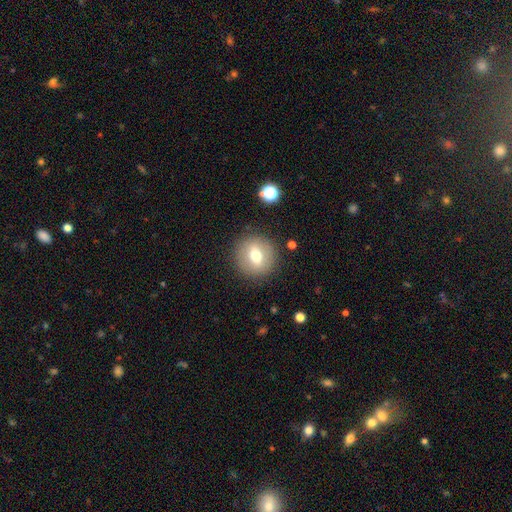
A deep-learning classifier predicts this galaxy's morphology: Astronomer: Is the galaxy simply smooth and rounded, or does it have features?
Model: smooth — 63%.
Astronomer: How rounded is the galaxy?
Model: round — 89%.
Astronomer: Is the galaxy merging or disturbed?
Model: none — 86%.